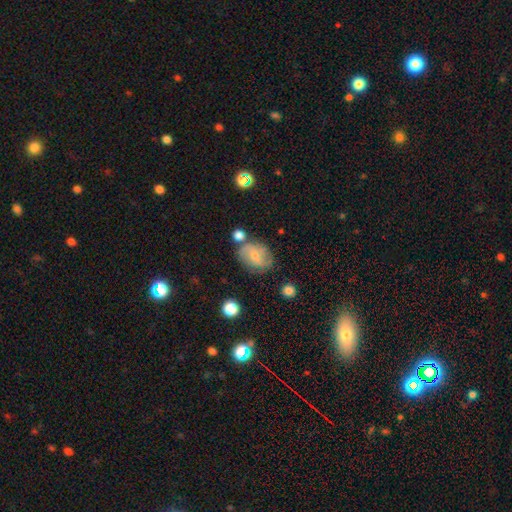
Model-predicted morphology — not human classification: smooth_or_featured: featured or disk (p=0.47) [alt: smooth p=0.44]
merging: none (p=0.57) [alt: minor disturbance p=0.23]